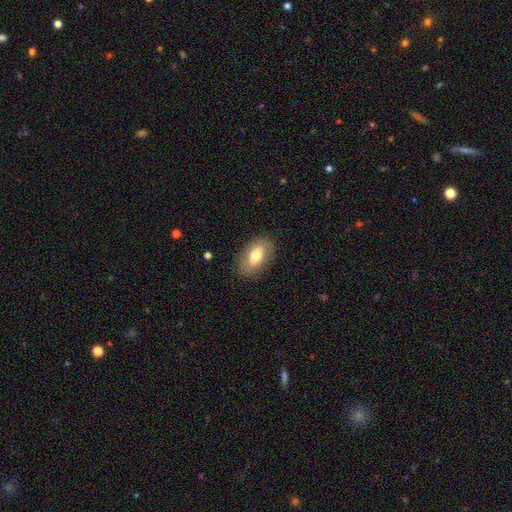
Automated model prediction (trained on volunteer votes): Smooth or featured?
  - smooth: 68% *
  - featured or disk: 25%
  - star or artifact: 7%
How rounded?
  - in between: 91% *
  - round: 7%
  - cigar-shaped: 2%
Merging?
  - none: 83% *
  - minor disturbance: 12%
  - major disturbance: 4%
  - merger: 1%